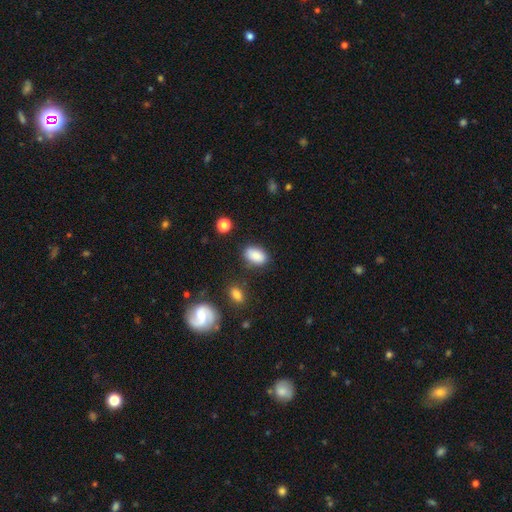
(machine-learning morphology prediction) This appears to be a smooth galaxy with no disk features (87%) that is in between round and cigar-shaped (90%). Merging: none (77%).